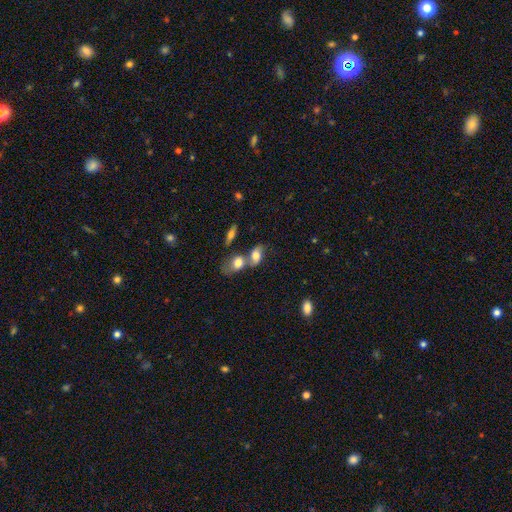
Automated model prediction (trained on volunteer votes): A smooth galaxy with no disk features (69%) that is in between round and cigar-shaped (82%). Merging: merger (48%).